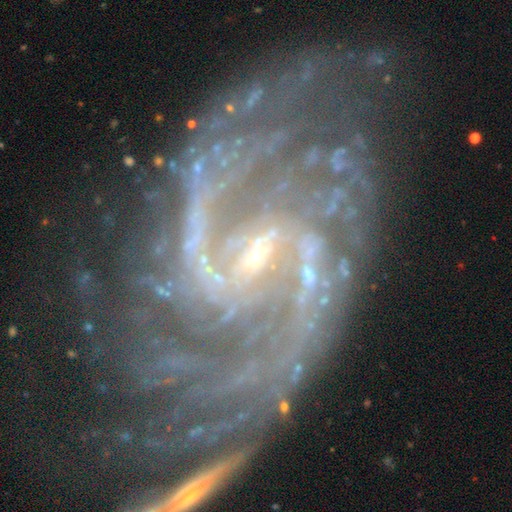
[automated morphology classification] Smooth or featured? Predicted: featured or disk (p=0.91). Edge-on disk? Predicted: no (p=0.98). Bar? Predicted: weak (p=0.50). Spiral arms? Predicted: yes (p=0.98). Spiral winding? Predicted: medium (p=0.49). Spiral arm count? Predicted: 2 (p=0.57). Bulge size? Predicted: small (p=0.80). Merging? Predicted: none (p=0.48).